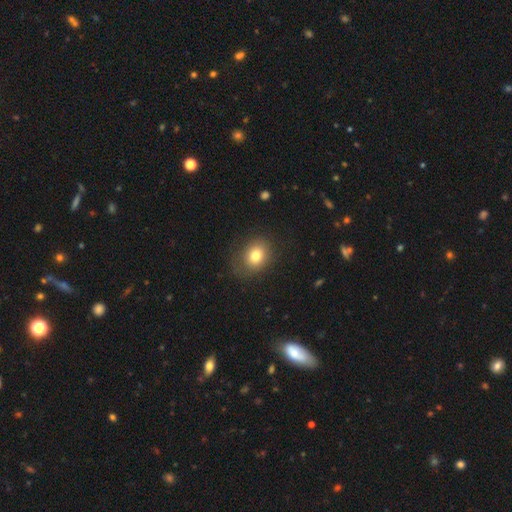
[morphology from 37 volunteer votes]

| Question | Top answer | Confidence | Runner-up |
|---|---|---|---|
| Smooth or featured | smooth | 89% | featured or disk (8%) |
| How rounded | round | 55% | in between (45%) |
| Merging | none | 78% | minor disturbance (17%) |